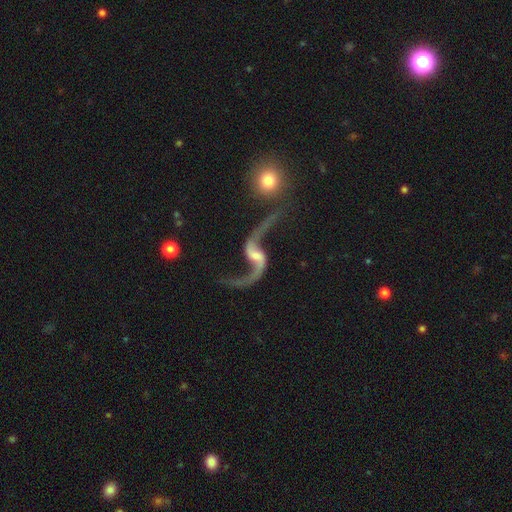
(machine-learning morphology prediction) Smooth or featured: featured or disk — 92% (star or artifact — 5%)
Edge-on disk: no — 96% (yes — 4%)
Bar: weak — 45% (no — 29%)
Spiral arms: yes — 97% (no — 3%)
Spiral winding: loose — 94% (medium — 5%)
Spiral arm count: 2 — 94% (1 — 2%)
Bulge size: small — 44% (moderate — 30%)
Merging: none — 60% (minor disturbance — 14%)